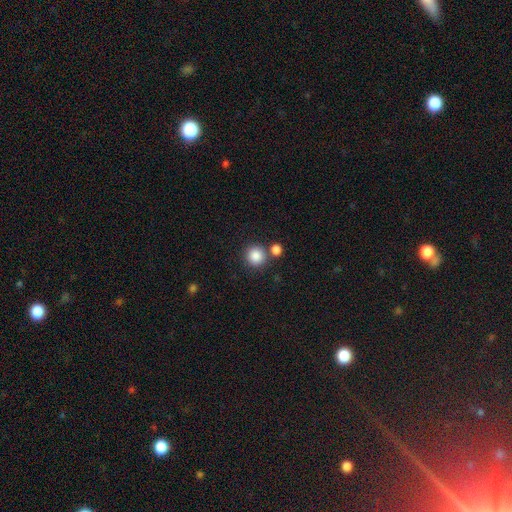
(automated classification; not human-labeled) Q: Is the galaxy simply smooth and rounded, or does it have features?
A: smooth — 86%.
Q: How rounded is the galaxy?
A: round — 93%.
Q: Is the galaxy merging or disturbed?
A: none — 75%.